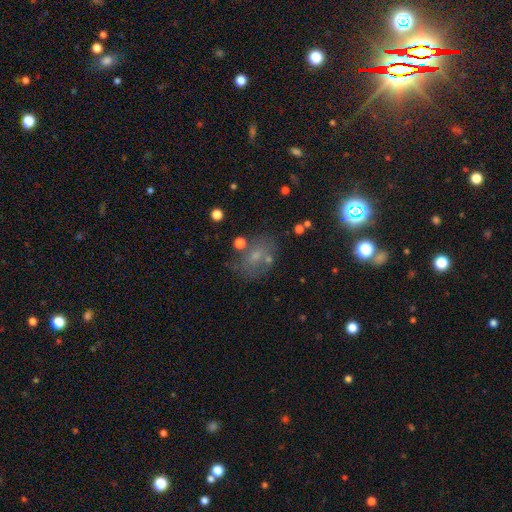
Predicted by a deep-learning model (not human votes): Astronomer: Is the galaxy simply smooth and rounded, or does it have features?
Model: smooth — 47% (runner-up: featured or disk, 28%).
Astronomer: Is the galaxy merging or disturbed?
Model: none — 57%.